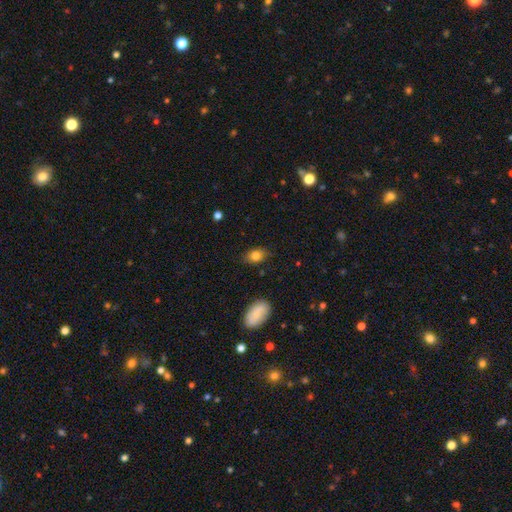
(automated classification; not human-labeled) Overall: smooth (81%). How rounded: in between (77%). Merging: none (81%).